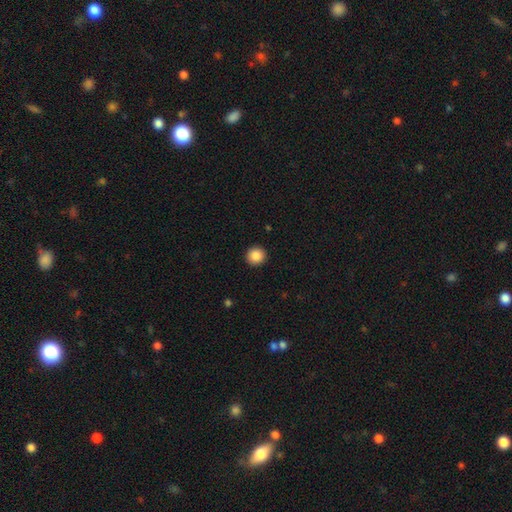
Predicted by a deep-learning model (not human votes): Q: Smooth or featured?
A: smooth (87%); runner-up: star or artifact (9%)
Q: How rounded?
A: round (95%); runner-up: in between (4%)
Q: Merging?
A: none (93%); runner-up: minor disturbance (4%)